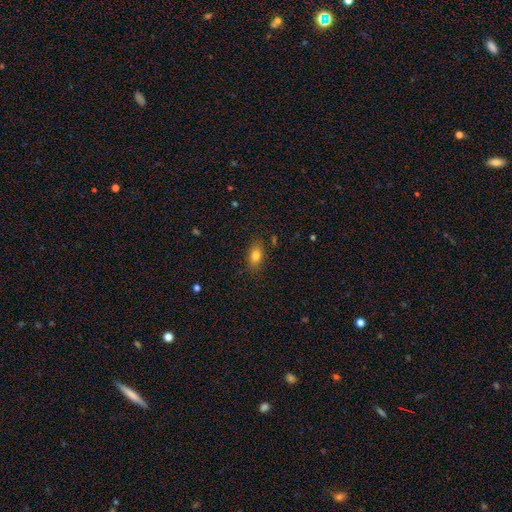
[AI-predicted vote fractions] smooth 80%, featured or disk 10%, star or artifact 10%. Down the decision tree: how rounded — in between (84%); merging — none (84%).